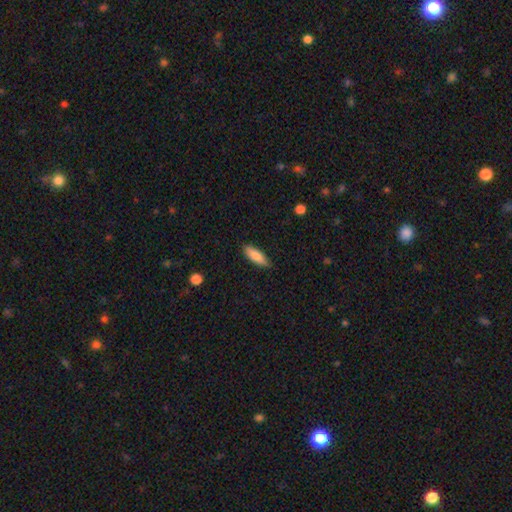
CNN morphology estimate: This is clearly a smooth galaxy (84%). How rounded: possibly in between (58%). Merging: clearly none (85%).